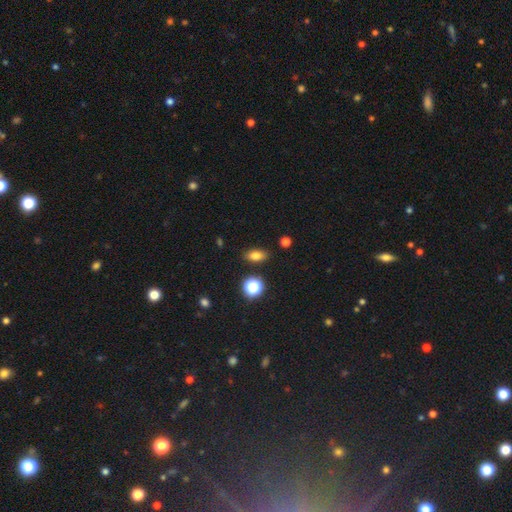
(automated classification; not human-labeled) Smooth or featured? Predicted: smooth (p=0.79). How rounded? Predicted: in between (p=0.80). Merging? Predicted: none (p=0.85).